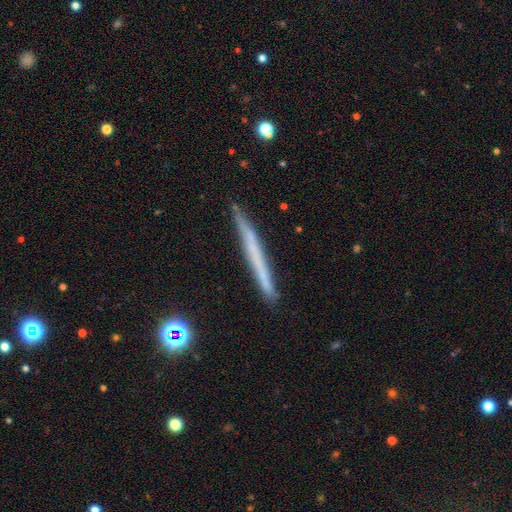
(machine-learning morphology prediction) A smooth galaxy with no disk features (48%). Merging: none (88%).